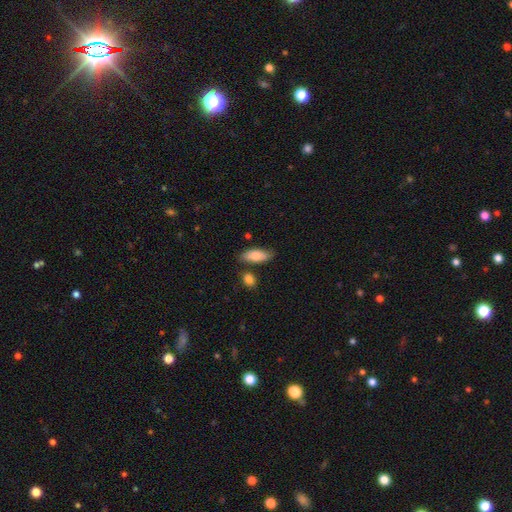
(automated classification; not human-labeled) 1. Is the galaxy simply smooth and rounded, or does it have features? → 83% smooth, 11% featured or disk, 6% star or artifact.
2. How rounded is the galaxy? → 79% in between, 19% cigar-shaped, 2% round.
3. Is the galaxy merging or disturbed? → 75% none, 15% minor disturbance, 7% merger, 3% major disturbance.